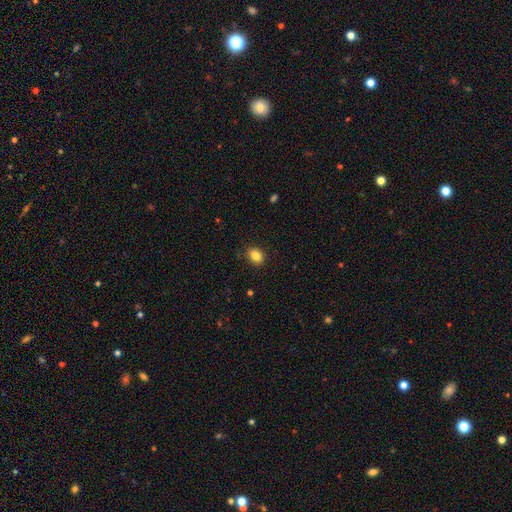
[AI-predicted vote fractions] This is clearly a smooth galaxy (84%). How rounded: likely in between (63%). Merging: clearly none (87%).